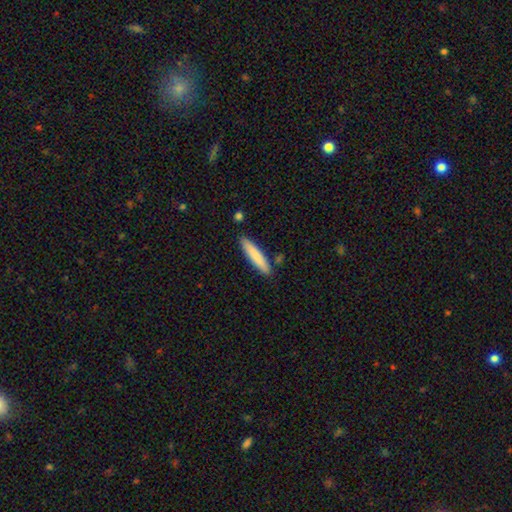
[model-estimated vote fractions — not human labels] A smooth galaxy with no disk features (81%) that is cigar-shaped (88%). Merging: none (86%).